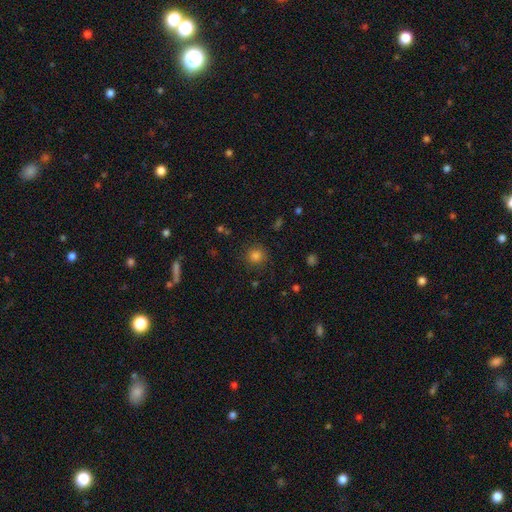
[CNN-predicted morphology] Q: Smooth or featured?
A: smooth (81%); runner-up: star or artifact (14%)
Q: How rounded?
A: round (92%); runner-up: in between (7%)
Q: Merging?
A: none (86%); runner-up: minor disturbance (9%)